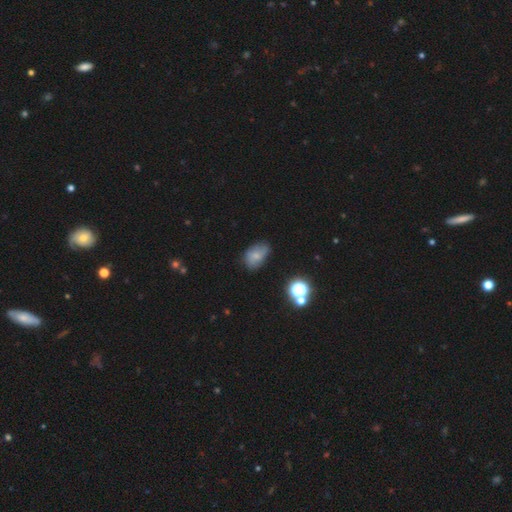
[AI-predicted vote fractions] This is likely a smooth galaxy (69%). How rounded: clearly in between (84%). Merging: possibly none (60%).